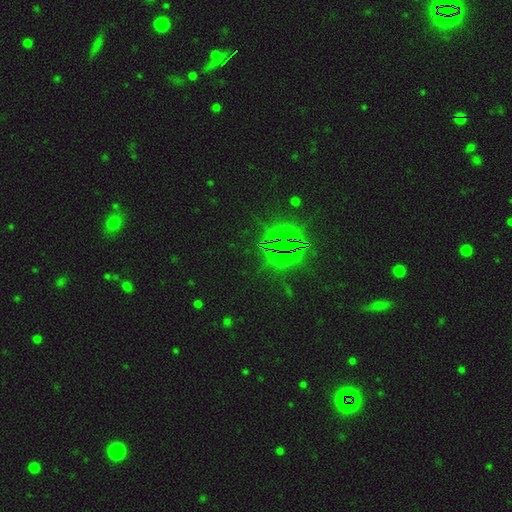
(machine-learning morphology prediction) Smooth or featured? star or artifact (75%)